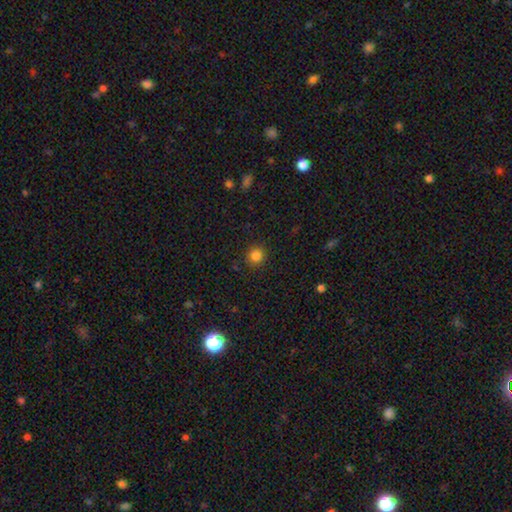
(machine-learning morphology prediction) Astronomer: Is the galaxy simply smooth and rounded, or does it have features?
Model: smooth — 84%.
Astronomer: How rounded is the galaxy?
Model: round — 94%.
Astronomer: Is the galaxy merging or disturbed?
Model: none — 91%.